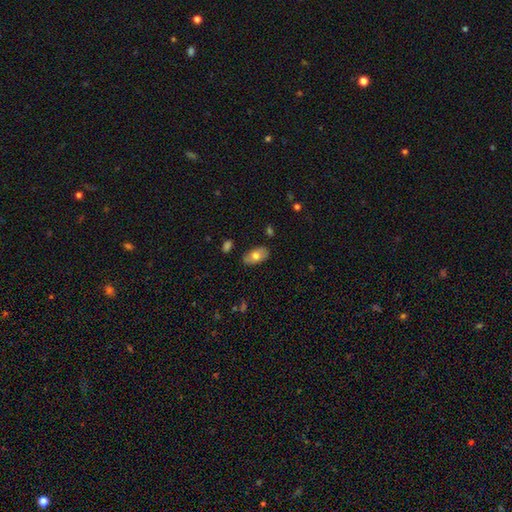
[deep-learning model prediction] The model was most divided on "smooth or featured": smooth: 70%, featured or disk: 24%, star or artifact: 7%. More confident: how rounded — in between (93%); merging — none (81%).